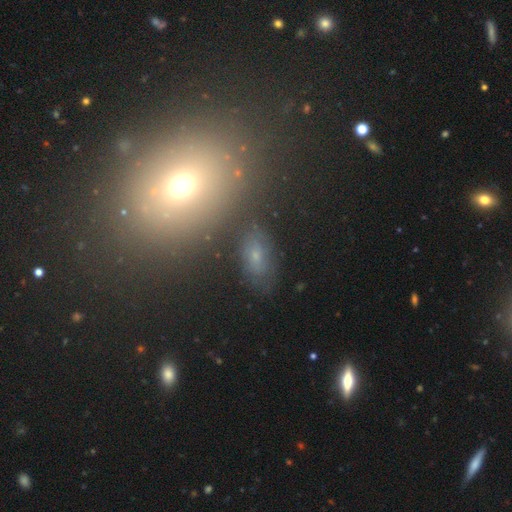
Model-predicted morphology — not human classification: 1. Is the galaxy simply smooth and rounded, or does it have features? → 50% smooth, 26% star or artifact, 24% featured or disk.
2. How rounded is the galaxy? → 83% in between, 11% round, 6% cigar-shaped.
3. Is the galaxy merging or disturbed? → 72% none, 15% minor disturbance, 7% major disturbance, 6% merger.